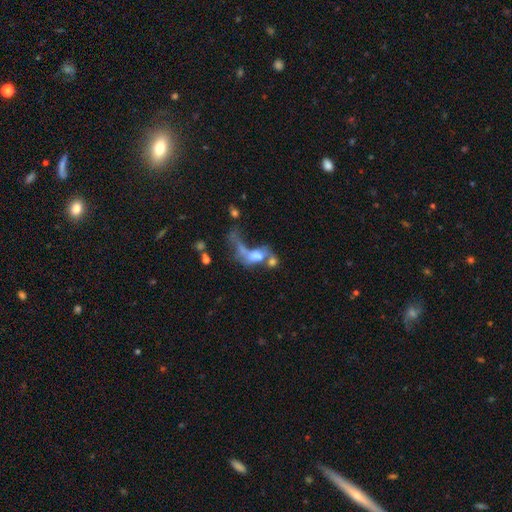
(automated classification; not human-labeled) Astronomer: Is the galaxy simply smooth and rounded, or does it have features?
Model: smooth — 44% (runner-up: featured or disk, 43%).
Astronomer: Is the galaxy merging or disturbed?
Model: merger — 53% (runner-up: major disturbance, 30%).